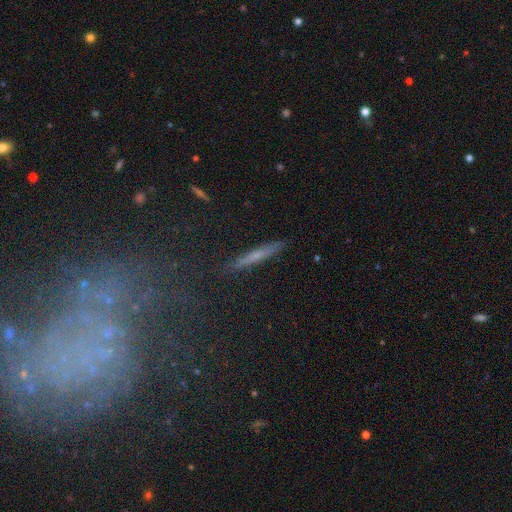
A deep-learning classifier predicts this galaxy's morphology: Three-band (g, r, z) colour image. It shows a smooth galaxy with no disk features (45%). Merging: none (88%).